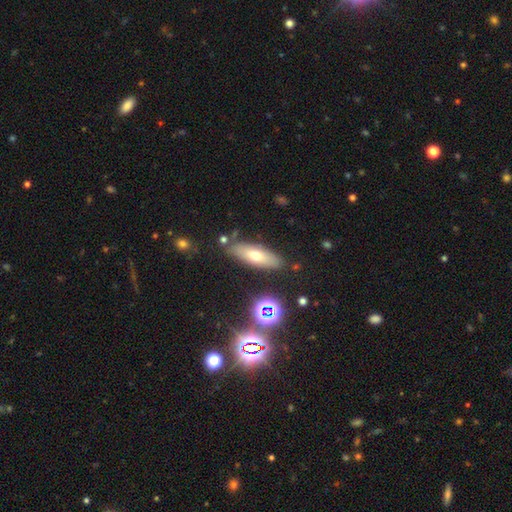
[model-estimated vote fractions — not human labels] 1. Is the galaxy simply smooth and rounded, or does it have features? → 61% smooth, 29% featured or disk, 10% star or artifact.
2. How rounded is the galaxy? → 54% in between, 43% cigar-shaped, 3% round.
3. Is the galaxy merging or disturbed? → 83% none, 11% minor disturbance, 4% merger, 3% major disturbance.